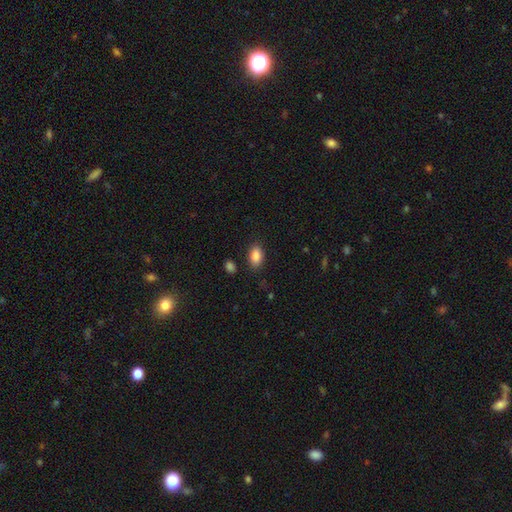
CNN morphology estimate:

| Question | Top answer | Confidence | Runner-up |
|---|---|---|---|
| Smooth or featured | smooth | 87% | star or artifact (8%) |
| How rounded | in between | 91% | round (7%) |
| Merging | none | 85% | minor disturbance (10%) |